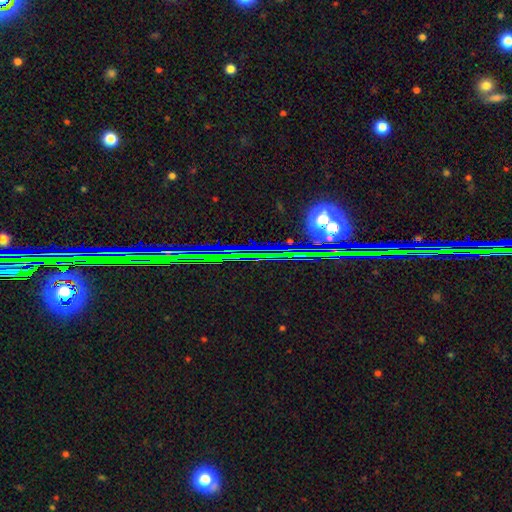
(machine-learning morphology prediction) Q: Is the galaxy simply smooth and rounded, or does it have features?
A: star or artifact — 80%.